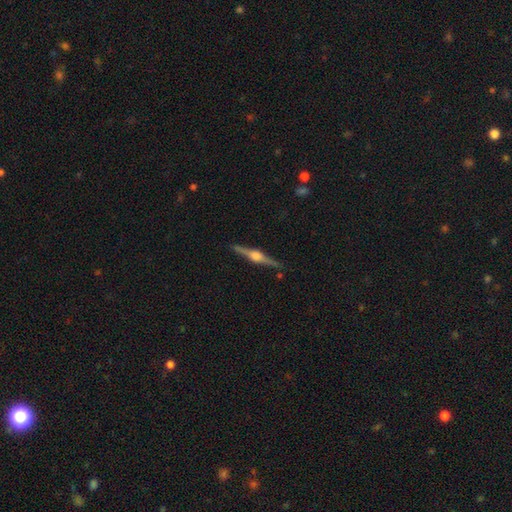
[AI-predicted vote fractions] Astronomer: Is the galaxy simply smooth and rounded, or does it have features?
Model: featured or disk — 85%.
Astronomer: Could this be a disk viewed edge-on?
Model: yes — 98%.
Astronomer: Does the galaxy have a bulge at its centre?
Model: rounded — 92%.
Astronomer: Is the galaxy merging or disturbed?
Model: none — 90%.